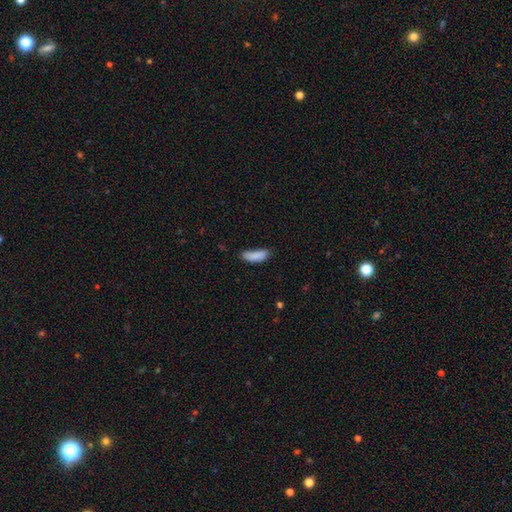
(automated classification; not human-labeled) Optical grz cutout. It shows a smooth galaxy with no disk features (86%) that is in between round and cigar-shaped (66%). Merging: none (56%).